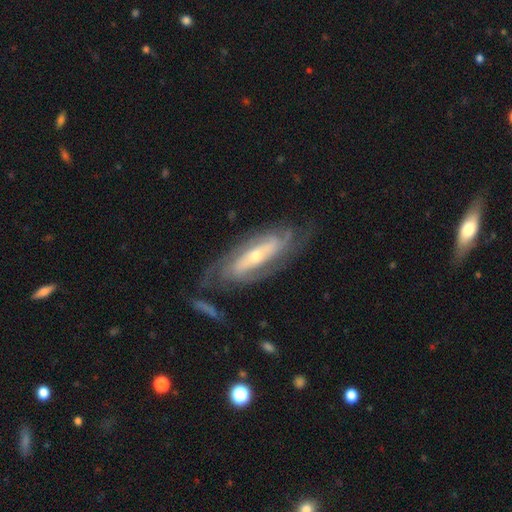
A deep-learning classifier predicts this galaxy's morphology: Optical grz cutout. It shows a featured or disk galaxy (85%) with no bar (40%), 2 (43%) tight (58%) spiral arms (94%) and a small central bulge (56%). Merging: none (69%).